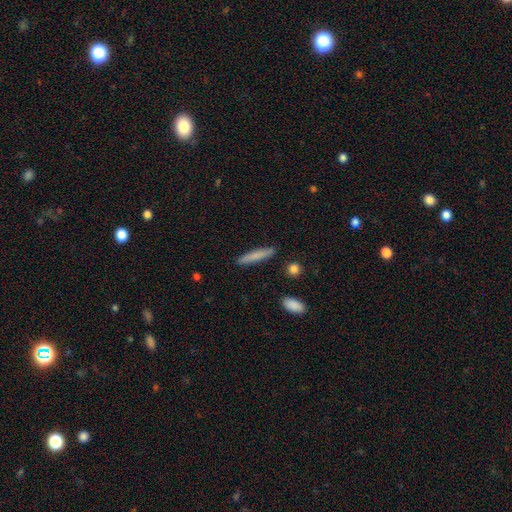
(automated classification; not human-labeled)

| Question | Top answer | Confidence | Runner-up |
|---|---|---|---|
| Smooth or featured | smooth | 78% | featured or disk (16%) |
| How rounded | cigar-shaped | 92% | in between (7%) |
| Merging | none | 90% | minor disturbance (7%) |